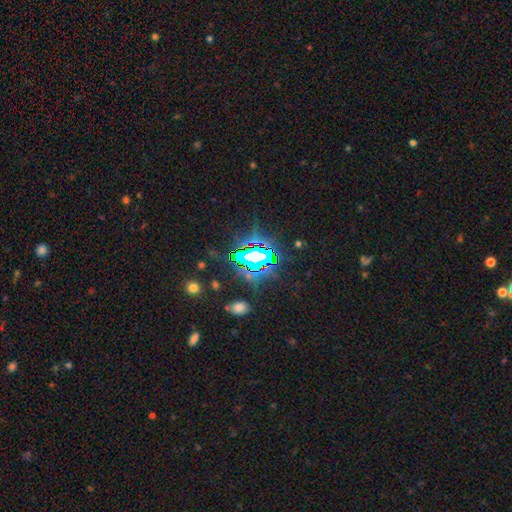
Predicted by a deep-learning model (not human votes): smooth_or_featured: star or artifact (p=0.74) [alt: featured or disk p=0.13]